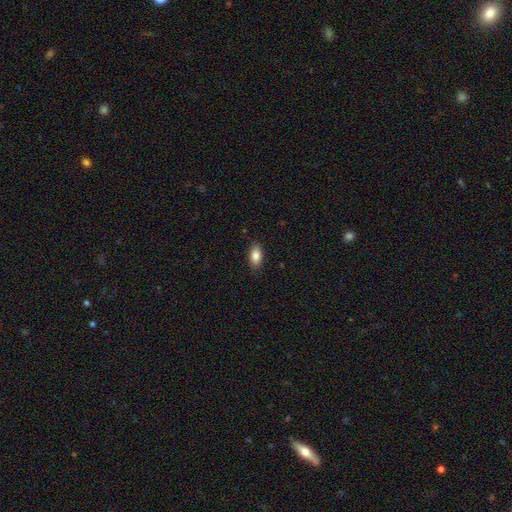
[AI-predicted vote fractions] smooth 85%, featured or disk 8%, star or artifact 7%. Down the decision tree: how rounded — in between (89%); merging — none (87%).